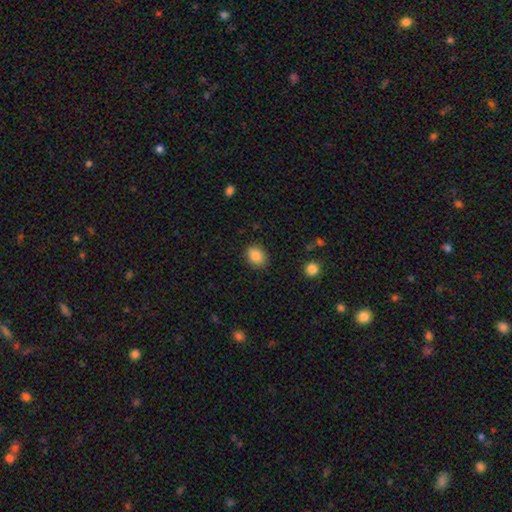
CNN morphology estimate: This is clearly a smooth galaxy (86%). How rounded: possibly in between (55%). Merging: clearly none (86%).